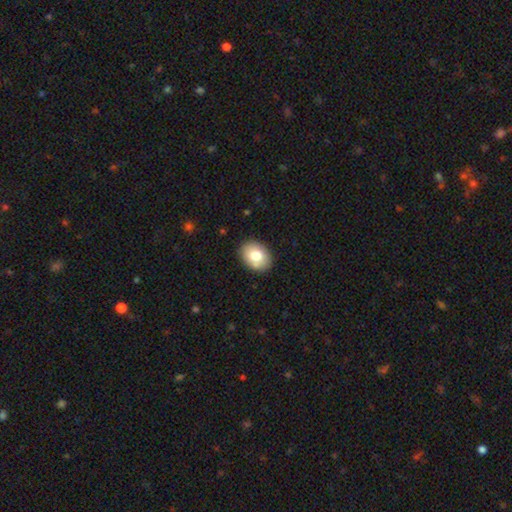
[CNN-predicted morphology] Smooth or featured?
  - smooth: 78% *
  - featured or disk: 15%
  - star or artifact: 8%
How rounded?
  - in between: 66% *
  - round: 33%
  - cigar-shaped: 1%
Merging?
  - none: 87% *
  - minor disturbance: 9%
  - major disturbance: 2%
  - merger: 2%